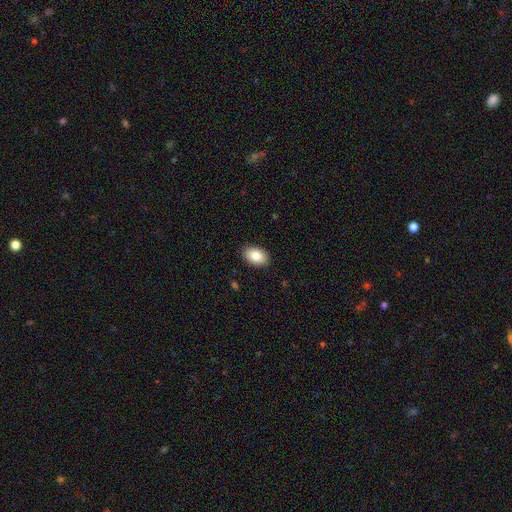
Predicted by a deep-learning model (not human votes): Smooth or featured? Predicted: smooth (p=0.85). How rounded? Predicted: in between (p=0.87). Merging? Predicted: none (p=0.89).